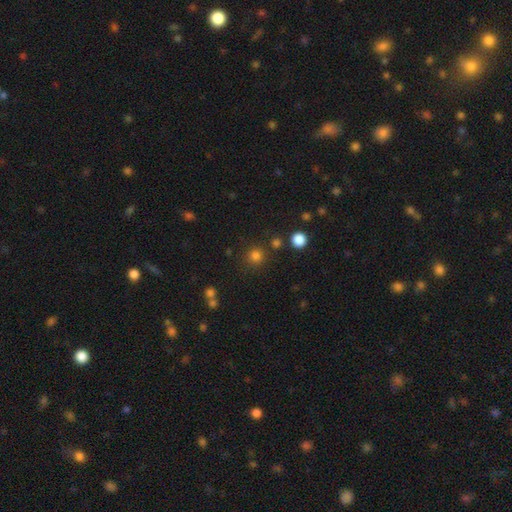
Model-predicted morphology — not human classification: This is likely a smooth galaxy (79%). How rounded: clearly round (94%). Merging: clearly none (84%).